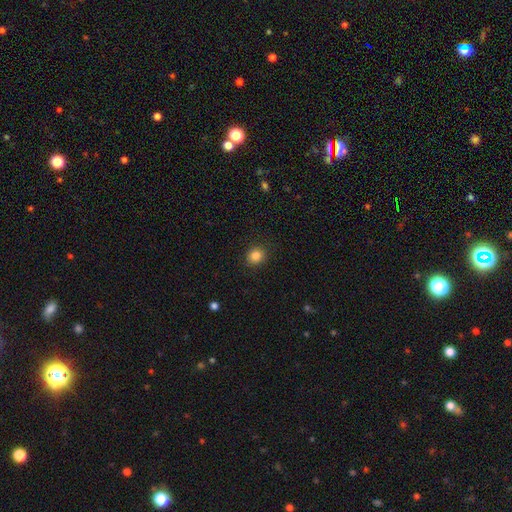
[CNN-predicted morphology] smooth_or_featured: smooth (p=0.85) [alt: star or artifact p=0.11]
how_rounded: round (p=0.78) [alt: in between p=0.21]
merging: none (p=0.89) [alt: minor disturbance p=0.07]